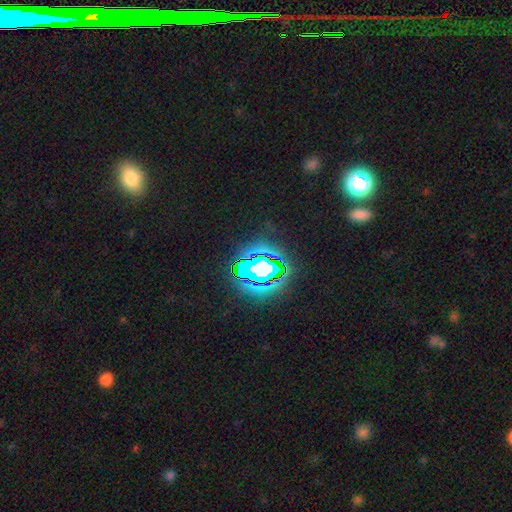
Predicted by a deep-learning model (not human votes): Smooth or featured? Predicted: star or artifact (p=0.80).